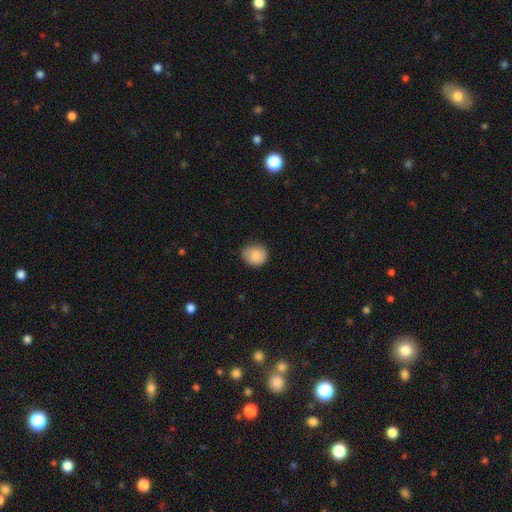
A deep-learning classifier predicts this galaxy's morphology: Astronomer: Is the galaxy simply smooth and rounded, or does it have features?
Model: smooth — 84%.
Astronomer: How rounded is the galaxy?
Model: round — 70%.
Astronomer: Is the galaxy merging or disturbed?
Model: none — 73%.